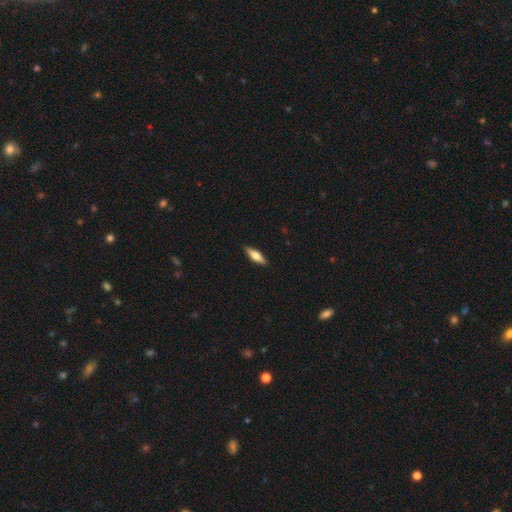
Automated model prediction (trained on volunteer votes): smooth_or_featured: smooth (p=0.56) [alt: featured or disk p=0.38]
how_rounded: cigar-shaped (p=0.53) [alt: in between p=0.45]
merging: none (p=0.89) [alt: minor disturbance p=0.08]